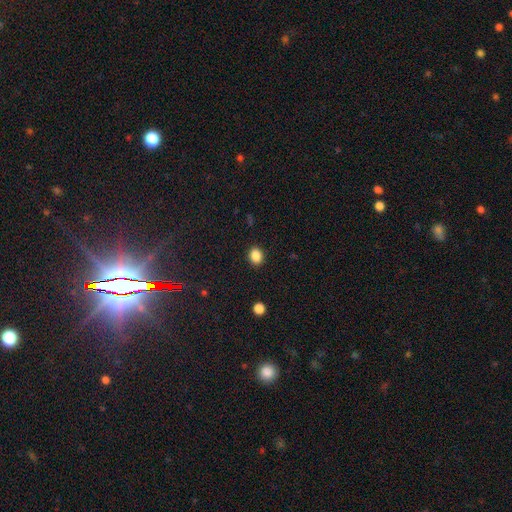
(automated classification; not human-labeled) Overall: smooth (87%). How rounded: in between (50%; round 49%). Merging: none (90%).